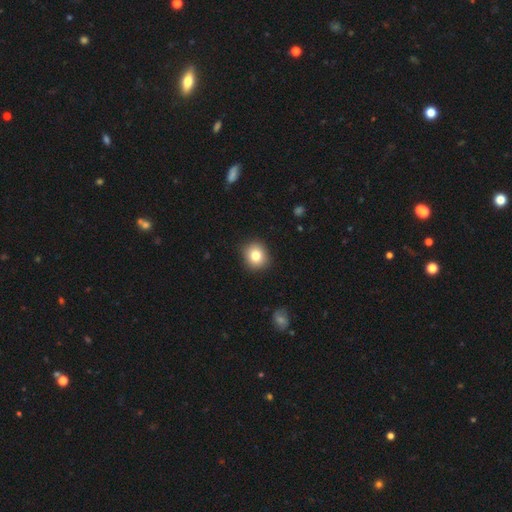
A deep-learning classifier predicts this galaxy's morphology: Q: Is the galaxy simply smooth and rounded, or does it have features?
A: smooth — 81%.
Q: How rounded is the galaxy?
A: round — 82%.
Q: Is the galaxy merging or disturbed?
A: none — 90%.